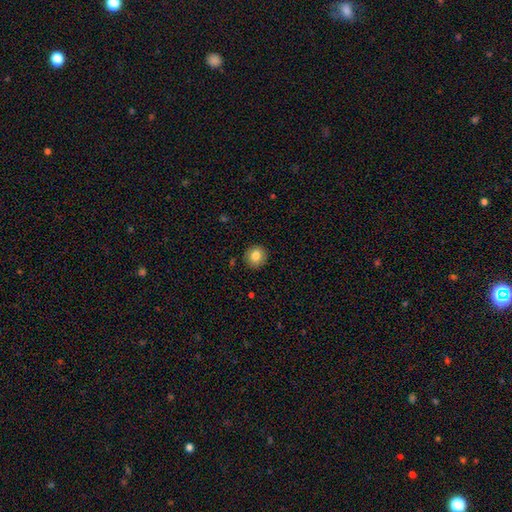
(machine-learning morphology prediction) A smooth galaxy with no disk features (83%) that is round (90%).

Vote fractions:
- Smooth or featured? smooth: 83% / star or artifact: 9% / featured or disk: 8%
- How rounded? round: 90% / in between: 9% / cigar-shaped: 1%
- Merging? none: 90% / minor disturbance: 7% / major disturbance: 2% / merger: 1%